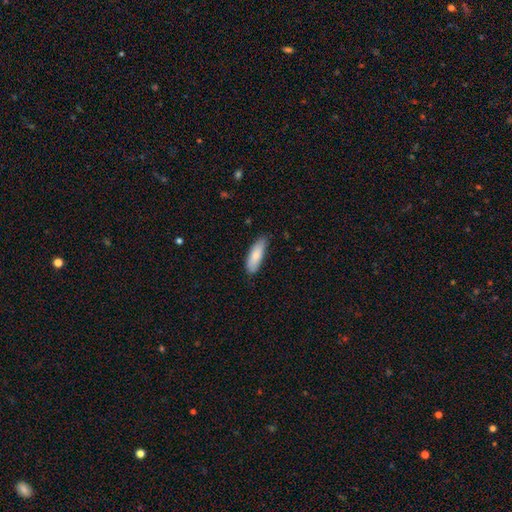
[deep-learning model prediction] A smooth galaxy with no disk features (82%) that is in between round and cigar-shaped (54%). Merging: none (79%).